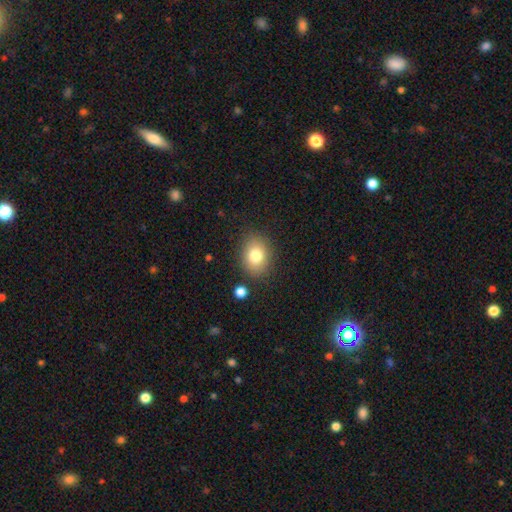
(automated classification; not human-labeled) Smooth or featured?
  - smooth: 79% *
  - star or artifact: 10%
  - featured or disk: 10%
How rounded?
  - in between: 53% *
  - round: 46%
  - cigar-shaped: 1%
Merging?
  - none: 83% *
  - minor disturbance: 10%
  - major disturbance: 3%
  - merger: 3%